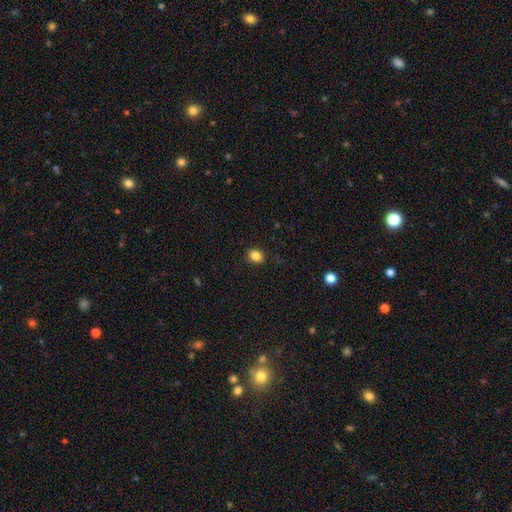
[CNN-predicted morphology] smooth-or-featured: smooth: 85% | star or artifact: 11% | featured or disk: 5%
  how-rounded: round: 52% | in between: 47% | cigar-shaped: 1%
  merging: none: 89% | minor disturbance: 8% | major disturbance: 2% | merger: 1%